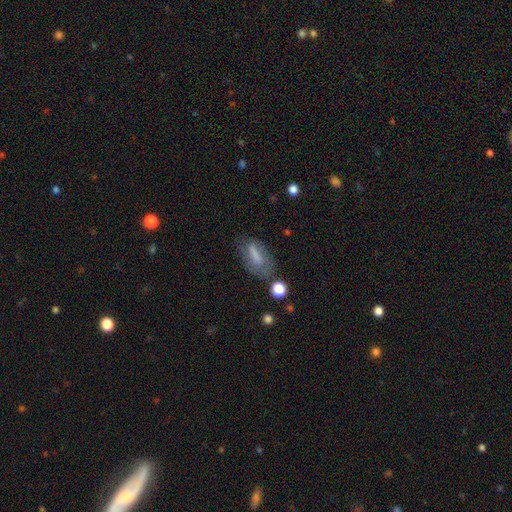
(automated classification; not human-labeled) A smooth galaxy with no disk features (66%) that is in between round and cigar-shaped (75%).

Vote fractions:
- Smooth or featured? smooth: 66% / featured or disk: 24% / star or artifact: 10%
- How rounded? in between: 75% / cigar-shaped: 20% / round: 5%
- Merging? none: 51% / minor disturbance: 27% / major disturbance: 17% / merger: 5%